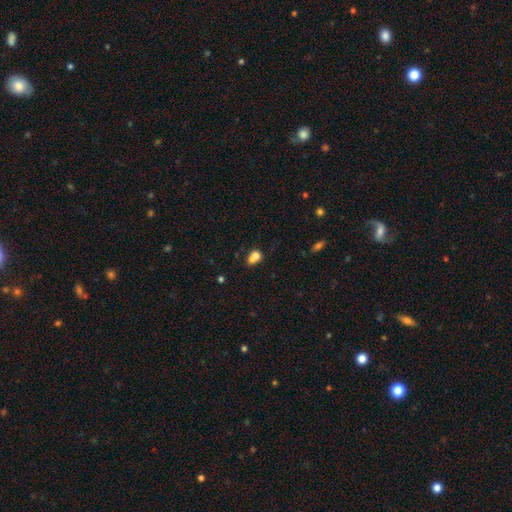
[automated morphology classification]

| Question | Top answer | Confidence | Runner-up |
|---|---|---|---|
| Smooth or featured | smooth | 72% | featured or disk (16%) |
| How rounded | round | 53% | in between (46%) |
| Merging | merger | 59% | none (27%) |